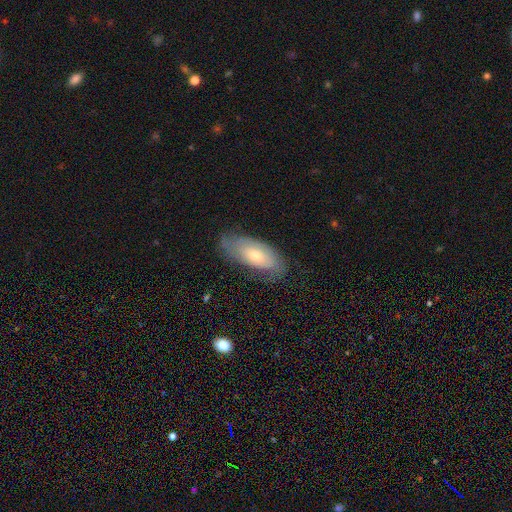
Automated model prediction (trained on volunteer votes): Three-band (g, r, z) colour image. It shows a featured or disk galaxy (49%). Merging: none (75%).